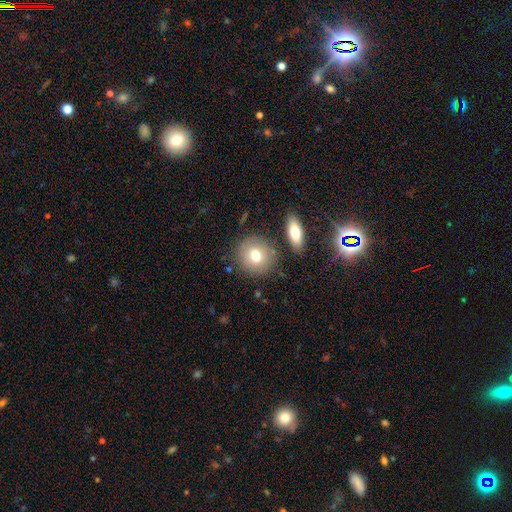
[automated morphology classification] smooth-or-featured: smooth: 75% | featured or disk: 16% | star or artifact: 9%
  how-rounded: round: 87% | in between: 11% | cigar-shaped: 1%
  merging: none: 80% | minor disturbance: 10% | merger: 7% | major disturbance: 3%